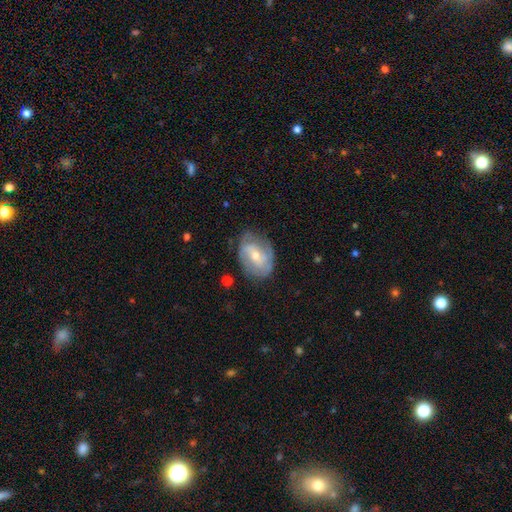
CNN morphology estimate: Smooth or featured? featured or disk (73%)
Edge-on disk? no (96%)
Bar? no (42%, tied with weak)
Spiral arms? yes (87%)
Spiral winding? tight (44%)
Spiral arm count? 2 (49%)
Bulge size? moderate (51%)
Merging? none (71%)